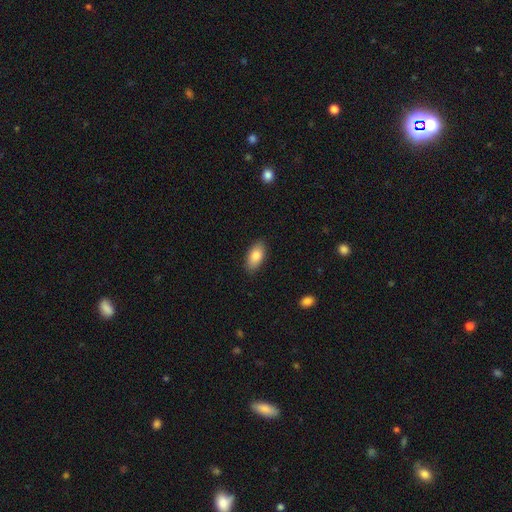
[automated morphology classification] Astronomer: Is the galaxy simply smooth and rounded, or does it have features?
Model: smooth — 85%.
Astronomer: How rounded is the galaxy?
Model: in between — 91%.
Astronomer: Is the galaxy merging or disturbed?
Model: none — 86%.